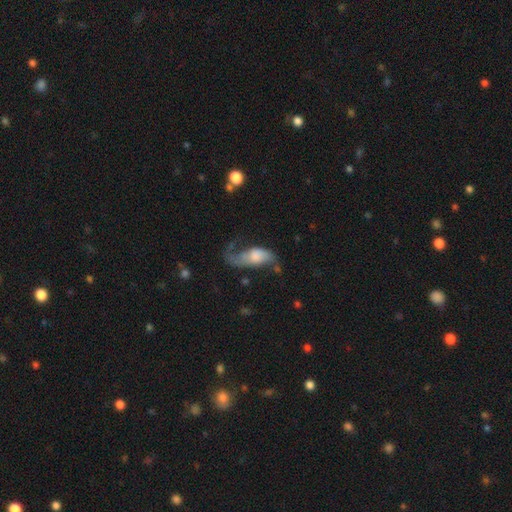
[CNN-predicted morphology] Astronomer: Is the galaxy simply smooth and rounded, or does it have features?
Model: featured or disk — 65%.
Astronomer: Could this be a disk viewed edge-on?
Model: no — 92%.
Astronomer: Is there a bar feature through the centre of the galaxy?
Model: no — 63%.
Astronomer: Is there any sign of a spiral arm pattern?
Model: yes — 88%.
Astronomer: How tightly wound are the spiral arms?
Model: loose — 80%.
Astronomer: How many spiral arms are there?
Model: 2 — 68%.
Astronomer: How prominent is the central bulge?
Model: moderate — 32% (runner-up: large, 25%).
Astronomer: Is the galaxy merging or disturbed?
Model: none — 38% (runner-up: major disturbance, 37%).